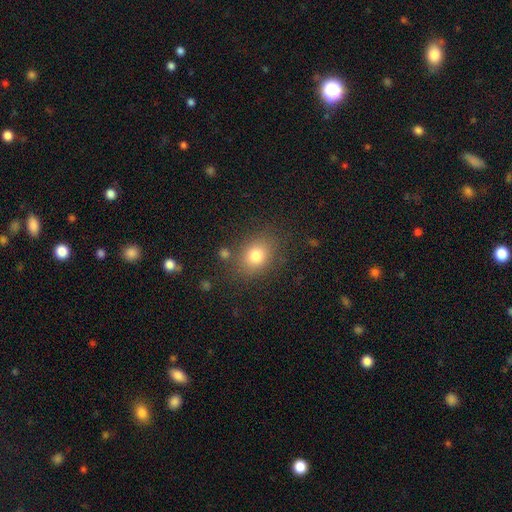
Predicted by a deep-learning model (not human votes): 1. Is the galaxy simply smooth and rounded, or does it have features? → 79% smooth, 12% star or artifact, 9% featured or disk.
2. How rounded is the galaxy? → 51% in between, 48% round, 1% cigar-shaped.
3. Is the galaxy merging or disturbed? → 79% none, 12% minor disturbance, 5% major disturbance, 4% merger.